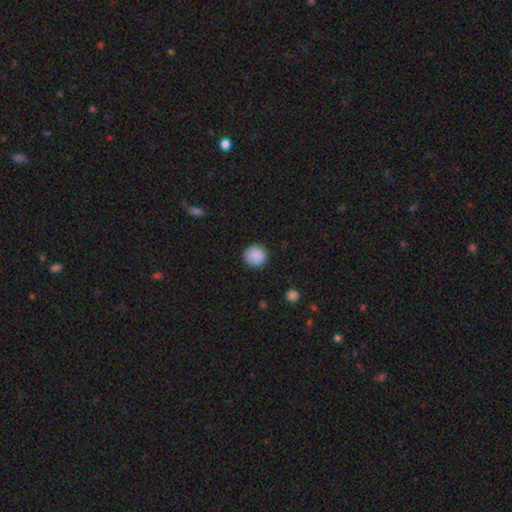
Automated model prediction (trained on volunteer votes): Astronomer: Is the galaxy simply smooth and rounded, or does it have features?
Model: smooth — 89%.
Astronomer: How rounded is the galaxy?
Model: round — 90%.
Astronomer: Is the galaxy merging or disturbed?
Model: none — 89%.